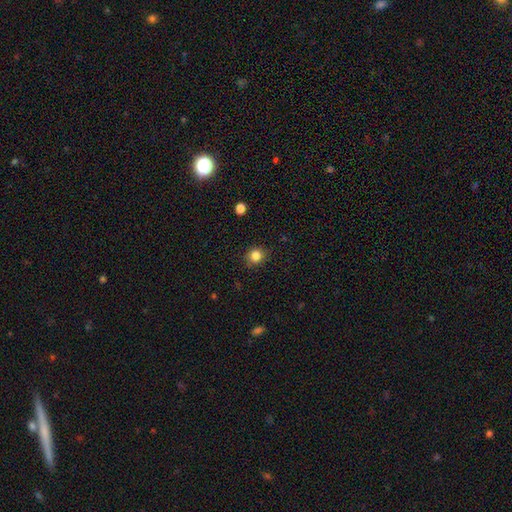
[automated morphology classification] This is clearly a smooth galaxy (84%). How rounded: likely round (78%). Merging: clearly none (85%).